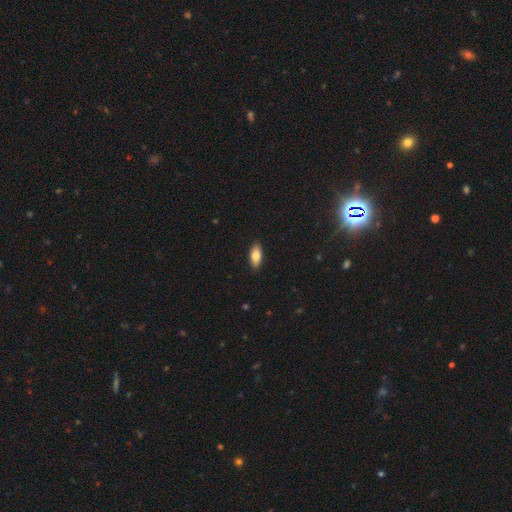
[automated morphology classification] Smooth or featured? Predicted: smooth (p=0.79). How rounded? Predicted: in between (p=0.83). Merging? Predicted: none (p=0.89).